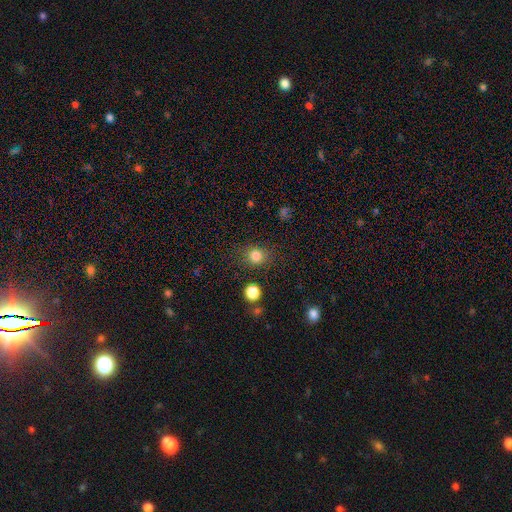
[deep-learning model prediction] Overall: smooth (82%). How rounded: round (78%). Merging: none (83%).